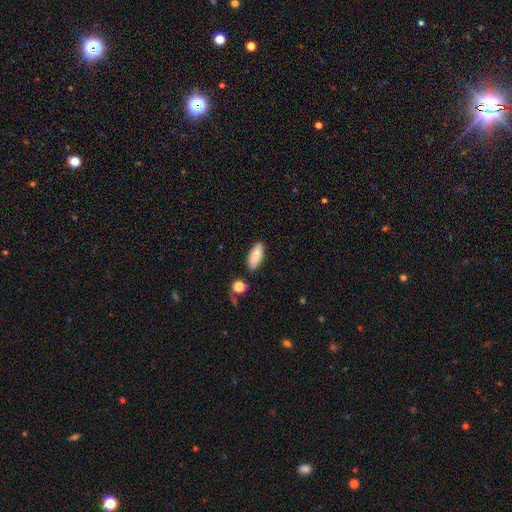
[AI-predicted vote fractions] A smooth galaxy with no disk features (85%) that is in between round and cigar-shaped (76%).

Vote fractions:
- Smooth or featured? smooth: 85% / featured or disk: 8% / star or artifact: 7%
- How rounded? in between: 76% / cigar-shaped: 22% / round: 2%
- Merging? none: 82% / minor disturbance: 12% / merger: 4% / major disturbance: 3%